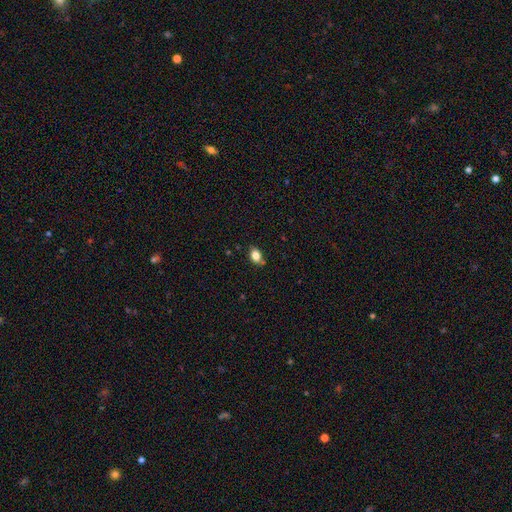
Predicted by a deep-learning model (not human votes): Smooth or featured?
  - smooth: 83% *
  - star or artifact: 10%
  - featured or disk: 7%
How rounded?
  - in between: 77% *
  - round: 21%
  - cigar-shaped: 1%
Merging?
  - none: 75% *
  - minor disturbance: 16%
  - merger: 6%
  - major disturbance: 3%